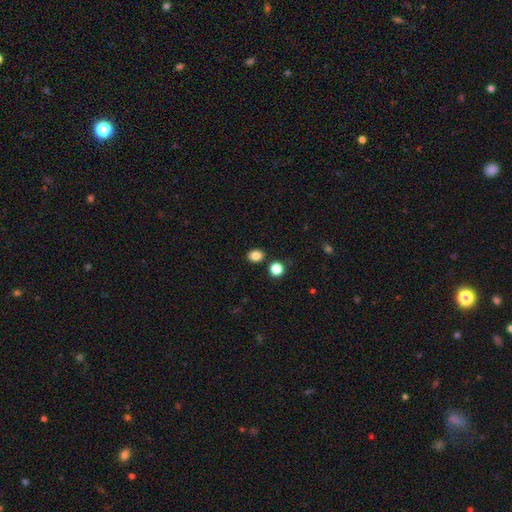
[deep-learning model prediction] Overall: smooth (84%). How rounded: round (51%; in between 48%). Merging: none (84%).